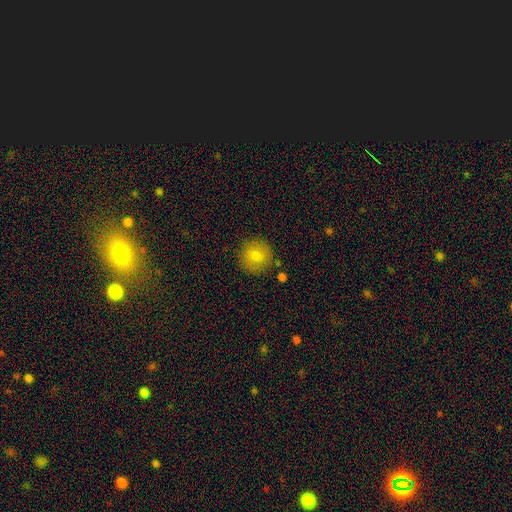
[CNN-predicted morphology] Smooth or featured? smooth (75%)
How rounded? round (89%)
Merging? none (85%)